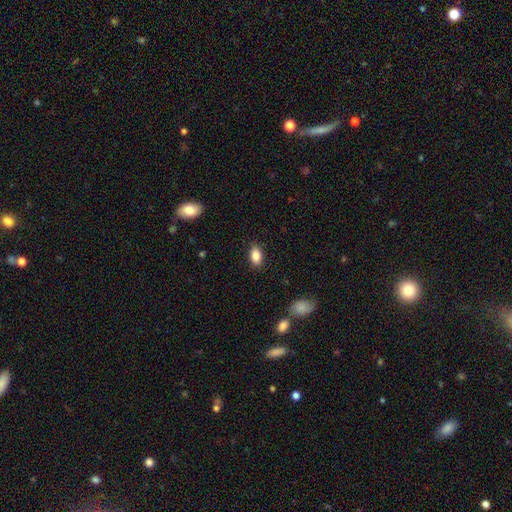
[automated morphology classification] smooth_or_featured: smooth (p=0.86) [alt: star or artifact p=0.08]
how_rounded: in between (p=0.90) [alt: round p=0.07]
merging: none (p=0.87) [alt: minor disturbance p=0.10]